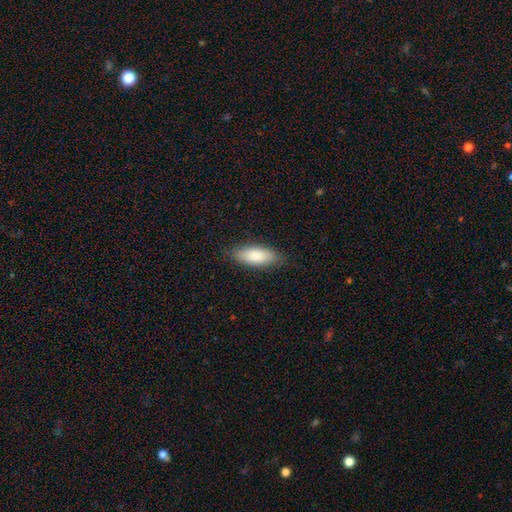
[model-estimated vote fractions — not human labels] smooth 85%, featured or disk 9%, star or artifact 6%. Down the decision tree: how rounded — in between (77%); merging — none (83%).